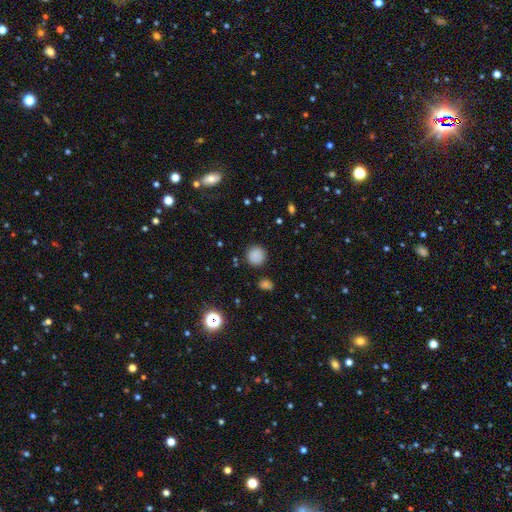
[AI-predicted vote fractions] A smooth galaxy with no disk features (83%) that is round (91%). Merging: none (85%).